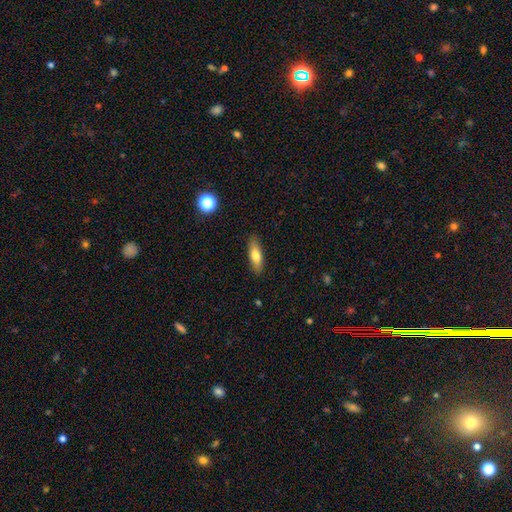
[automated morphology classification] This is likely a smooth galaxy (71%). How rounded: possibly in between (49%). Merging: clearly none (88%).